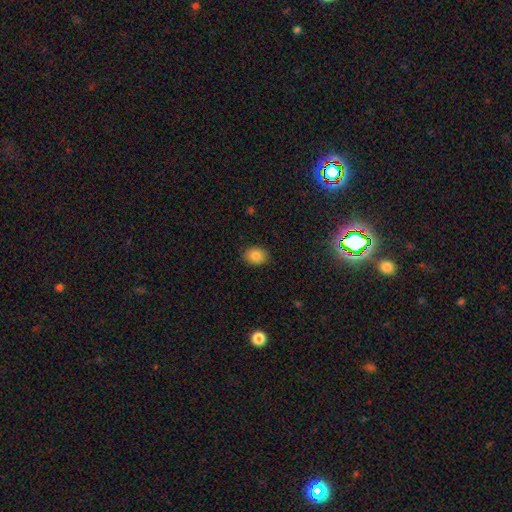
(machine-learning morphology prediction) Smooth or featured? smooth (84%)
How rounded? in between (51%)
Merging? none (88%)